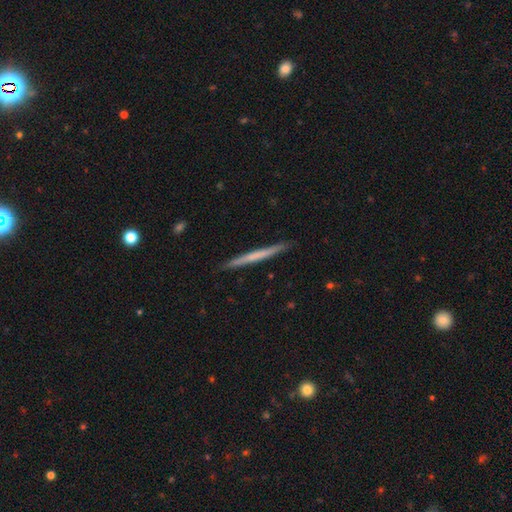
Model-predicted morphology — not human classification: Overall: smooth (50%; featured or disk 45%). Merging: none (91%).